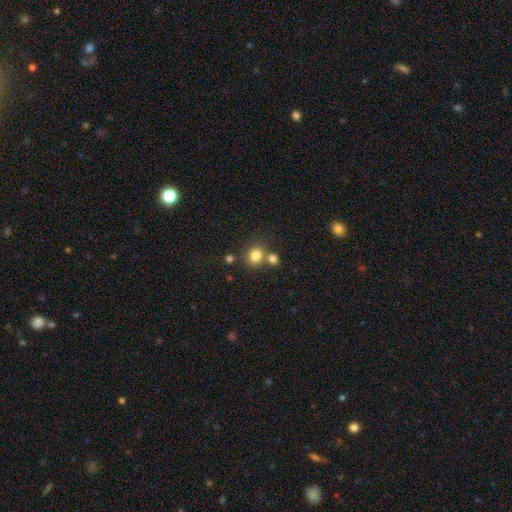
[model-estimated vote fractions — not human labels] This appears to be a smooth galaxy with no disk features (80%) that is round (82%). Merging: none (62%).